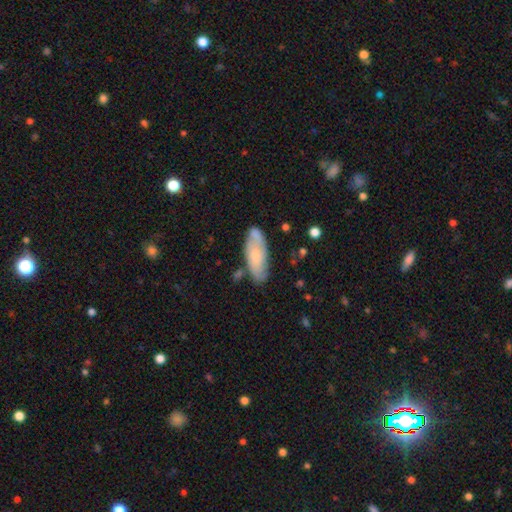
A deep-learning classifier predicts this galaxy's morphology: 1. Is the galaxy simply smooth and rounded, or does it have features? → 58% smooth, 36% featured or disk, 6% star or artifact.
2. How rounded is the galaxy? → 74% in between, 24% cigar-shaped, 2% round.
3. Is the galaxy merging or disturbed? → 67% none, 21% minor disturbance, 7% merger, 5% major disturbance.